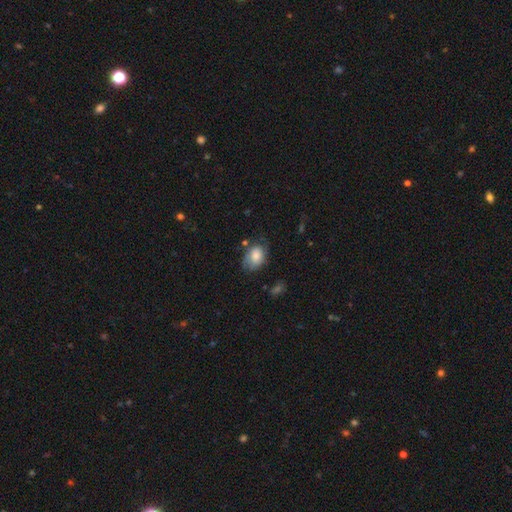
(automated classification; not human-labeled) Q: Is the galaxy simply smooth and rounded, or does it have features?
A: smooth — 75%.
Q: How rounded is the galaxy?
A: in between — 79%.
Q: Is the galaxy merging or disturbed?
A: none — 51%.